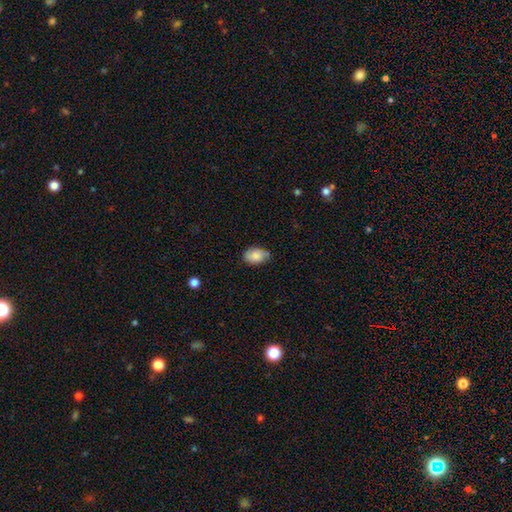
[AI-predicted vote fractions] smooth 74%, featured or disk 18%, star or artifact 8%. Down the decision tree: how rounded — in between (86%); merging — none (65%).